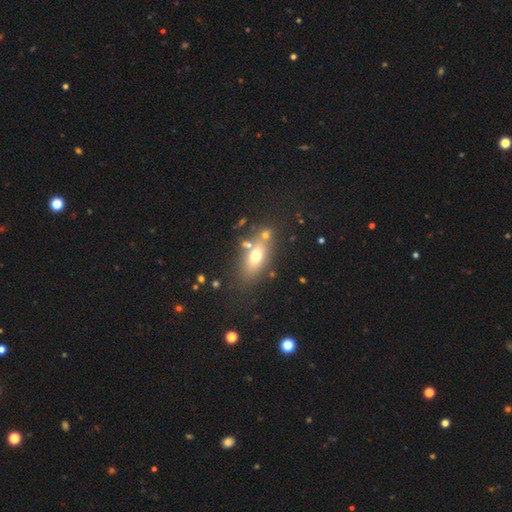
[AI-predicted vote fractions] smooth_or_featured: smooth (p=0.64) [alt: featured or disk p=0.24]
how_rounded: in between (p=0.73) [alt: cigar-shaped p=0.15]
merging: none (p=0.68) [alt: merger p=0.14]